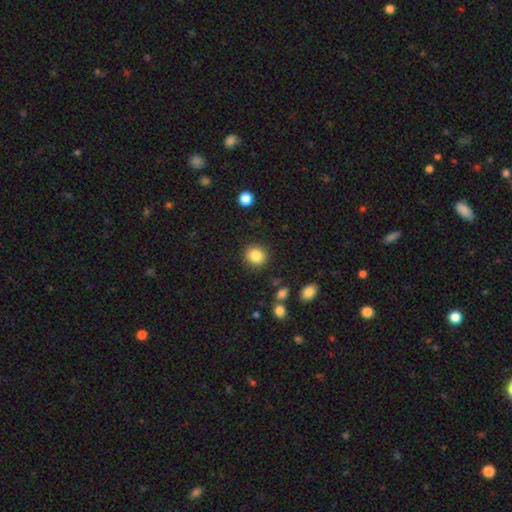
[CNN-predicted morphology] Smooth or featured? Predicted: smooth (p=0.85). How rounded? Predicted: round (p=0.86). Merging? Predicted: none (p=0.89).